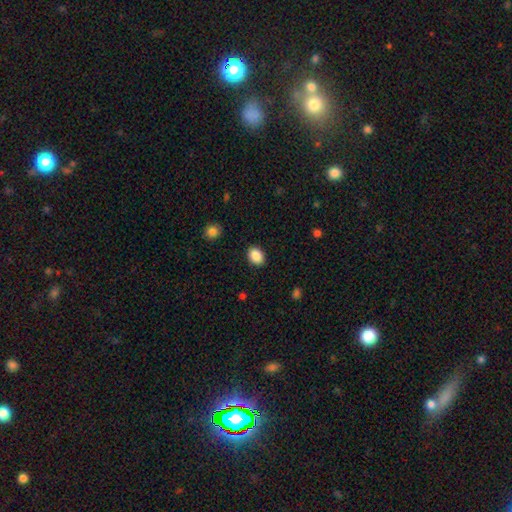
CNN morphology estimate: Smooth or featured? smooth (89%)
How rounded? in between (69%)
Merging? none (88%)